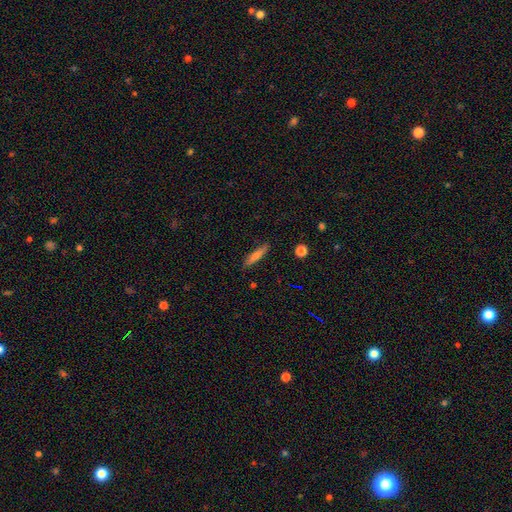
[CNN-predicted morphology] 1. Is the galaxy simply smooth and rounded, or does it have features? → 59% smooth, 33% featured or disk, 7% star or artifact.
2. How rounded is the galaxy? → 88% cigar-shaped, 10% in between, 2% round.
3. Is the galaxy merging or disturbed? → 87% none, 10% minor disturbance, 2% major disturbance, 1% merger.